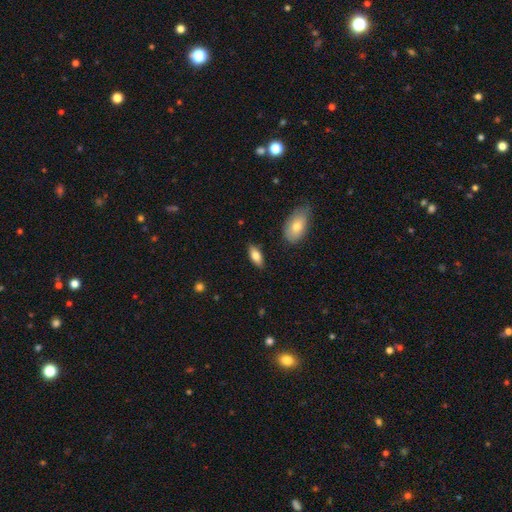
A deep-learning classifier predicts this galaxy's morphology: smooth-or-featured: smooth: 77% | featured or disk: 16% | star or artifact: 6%
  how-rounded: in between: 84% | cigar-shaped: 14% | round: 2%
  merging: none: 86% | minor disturbance: 10% | major disturbance: 2% | merger: 2%